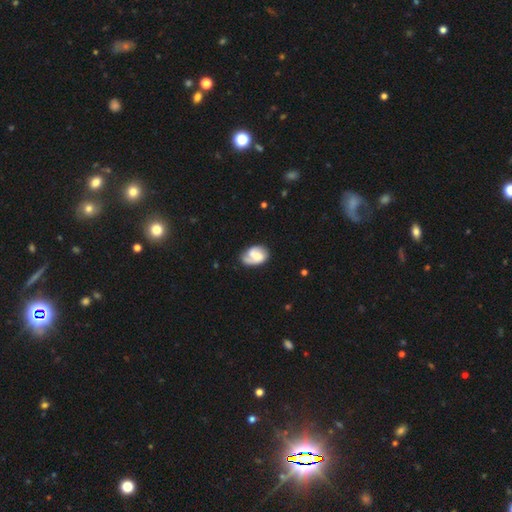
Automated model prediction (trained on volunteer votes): This is possibly a featured or disk galaxy (52%). It is clearly not viewed edge-on (97%). Bar: possibly no (45%). Spiral arm pattern: clearly yes (81%). Central bulge: marginally moderate (29%). Merging: possibly none (52%).